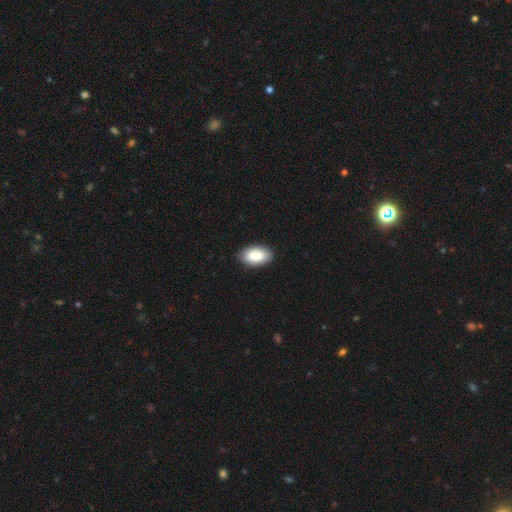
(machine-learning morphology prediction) Smooth or featured? smooth (89%)
How rounded? in between (95%)
Merging? none (89%)